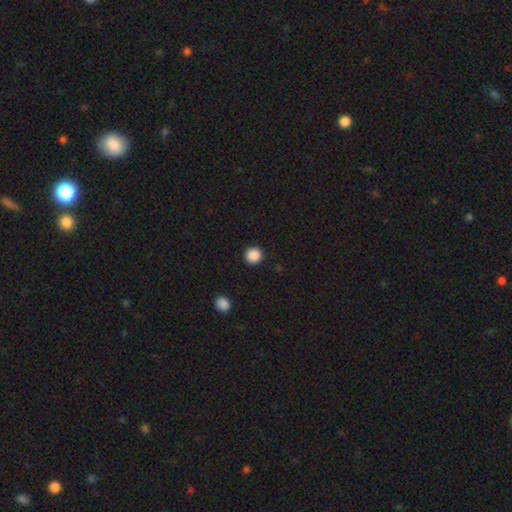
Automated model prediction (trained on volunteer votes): Overall: smooth (88%). How rounded: round (94%). Merging: none (92%).